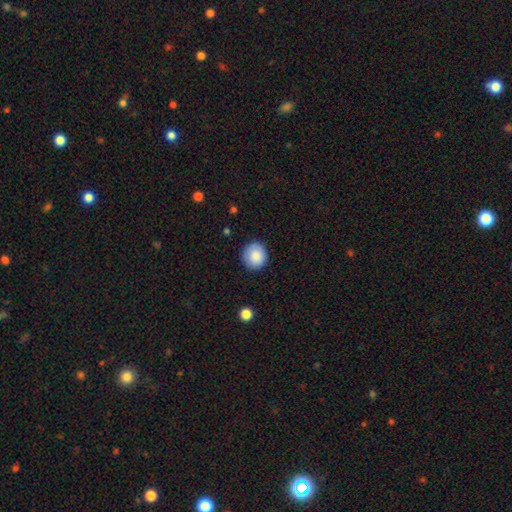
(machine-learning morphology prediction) smooth 87%, star or artifact 8%, featured or disk 6%. Down the decision tree: how rounded — round (91%); merging — none (87%).